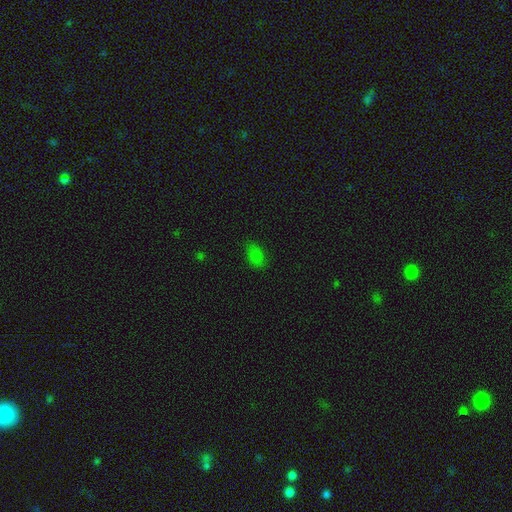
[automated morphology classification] Smooth or featured?
  - smooth: 78% *
  - star or artifact: 16%
  - featured or disk: 6%
How rounded?
  - in between: 90% *
  - round: 8%
  - cigar-shaped: 2%
Merging?
  - none: 77% *
  - minor disturbance: 18%
  - major disturbance: 4%
  - merger: 1%